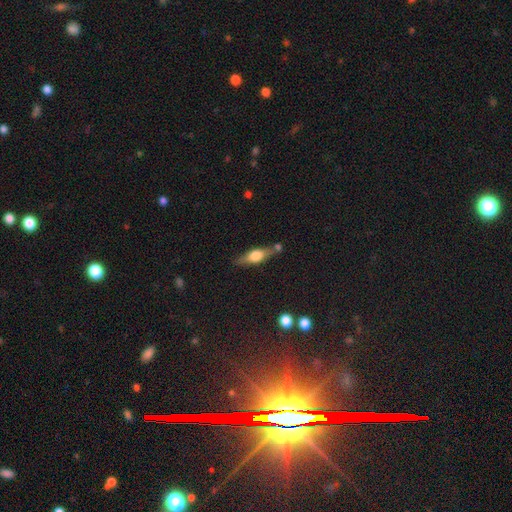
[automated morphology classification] This is possibly a featured or disk galaxy (50%). Merging: likely none (69%).